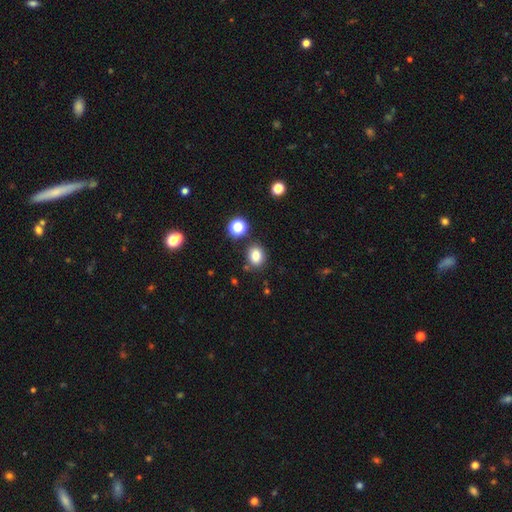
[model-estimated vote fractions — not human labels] The model was most divided on "how rounded": round: 60%, in between: 40%, cigar-shaped: 1%. More confident: merging — none (81%); smooth or featured — smooth (80%).